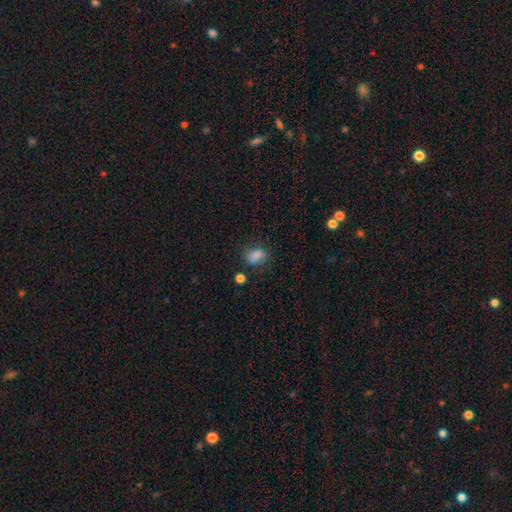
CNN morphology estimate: Smooth or featured: smooth — 78% (star or artifact — 13%)
How rounded: in between — 68% (round — 30%)
Merging: none — 59% (minor disturbance — 24%)